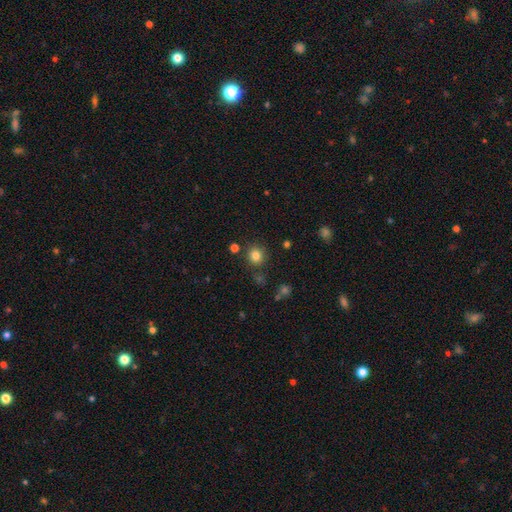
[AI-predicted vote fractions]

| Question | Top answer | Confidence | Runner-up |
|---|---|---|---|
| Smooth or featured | smooth | 81% | star or artifact (13%) |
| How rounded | round | 90% | in between (9%) |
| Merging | none | 85% | minor disturbance (8%) |